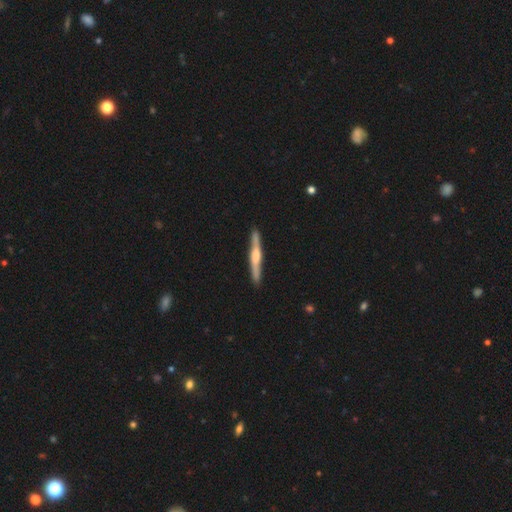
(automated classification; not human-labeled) This is likely a featured or disk galaxy (65%). It is clearly viewed edge-on (96%). Edge-on bulge: likely rounded (68%). Merging: clearly none (89%).